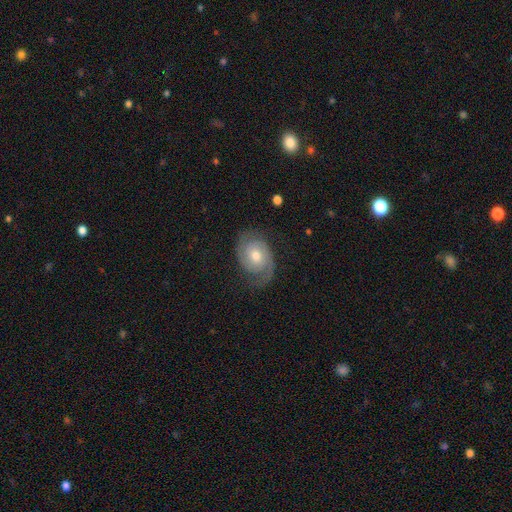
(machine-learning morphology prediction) featured or disk 81%, smooth 13%, star or artifact 6%. Down the decision tree: edge-on disk — no (97%); bar — no (70%); spiral arms — yes (95%); spiral arm count — 2 (81%); spiral winding — tight (48%); bulge size — moderate (63%); merging — none (74%).